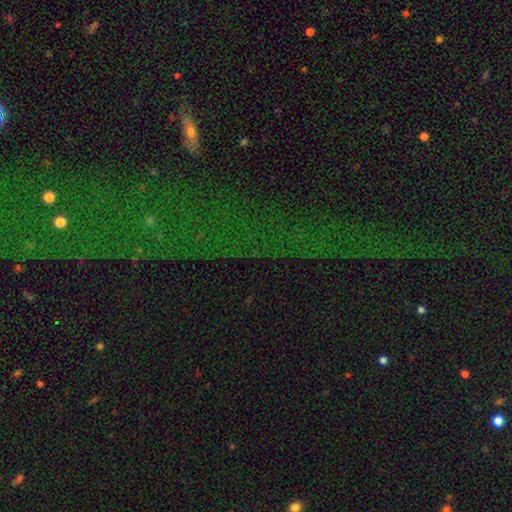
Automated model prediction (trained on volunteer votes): This appears to be a star or artifact, not a galaxy (75%).